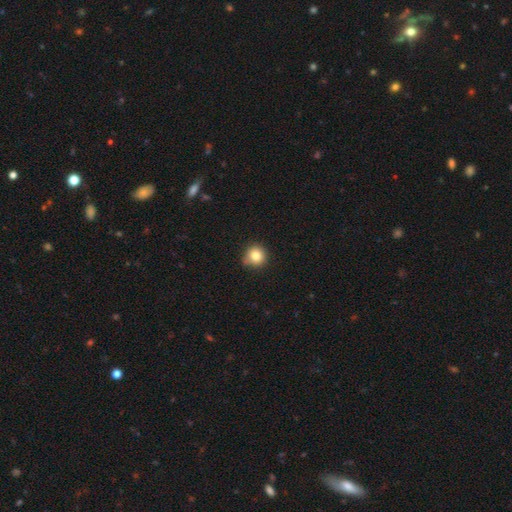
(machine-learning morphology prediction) smooth-or-featured: smooth: 82% | star or artifact: 11% | featured or disk: 7%
  how-rounded: round: 91% | in between: 8% | cigar-shaped: 1%
  merging: none: 72% | minor disturbance: 22% | major disturbance: 4% | merger: 2%